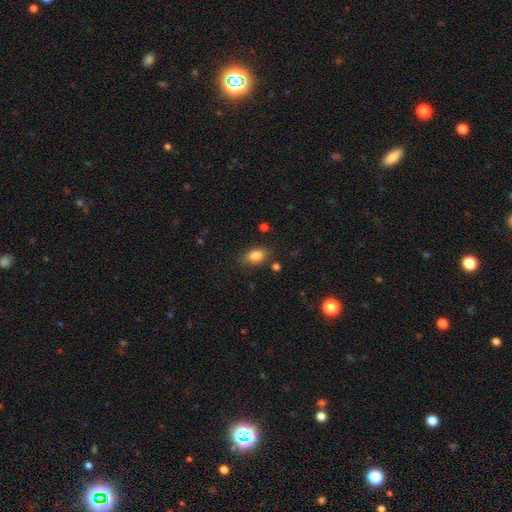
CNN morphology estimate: type=smooth (84%); roundness=in between (84%); merging=none (80%).